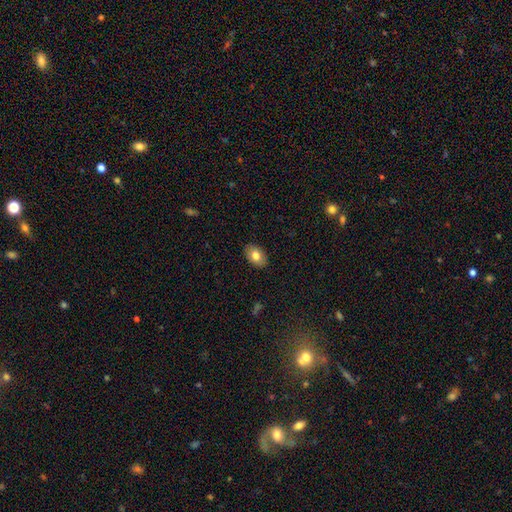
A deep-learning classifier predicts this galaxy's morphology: smooth_or_featured: smooth (p=0.80) [alt: featured or disk p=0.13]
how_rounded: in between (p=0.88) [alt: round p=0.11]
merging: none (p=0.89) [alt: minor disturbance p=0.09]